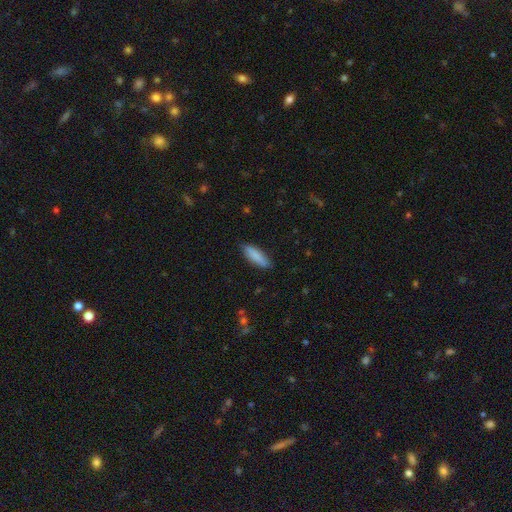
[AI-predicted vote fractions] smooth-or-featured: smooth: 86% | featured or disk: 9% | star or artifact: 6%
  how-rounded: cigar-shaped: 58% | in between: 40% | round: 1%
  merging: none: 85% | minor disturbance: 12% | major disturbance: 2% | merger: 1%